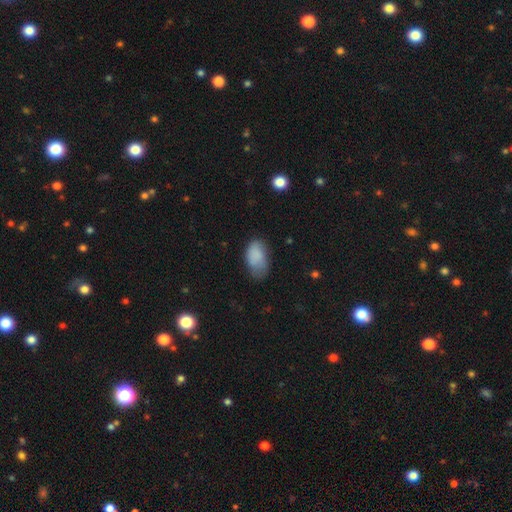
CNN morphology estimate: Q: Smooth or featured?
A: smooth (83%); runner-up: featured or disk (10%)
Q: How rounded?
A: in between (93%); runner-up: round (6%)
Q: Merging?
A: none (49%); runner-up: minor disturbance (36%)